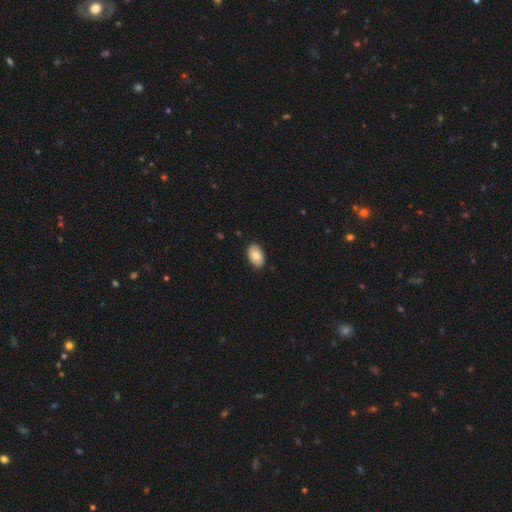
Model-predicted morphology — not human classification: This is clearly a smooth galaxy (82%). How rounded: clearly in between (91%). Merging: clearly none (87%).